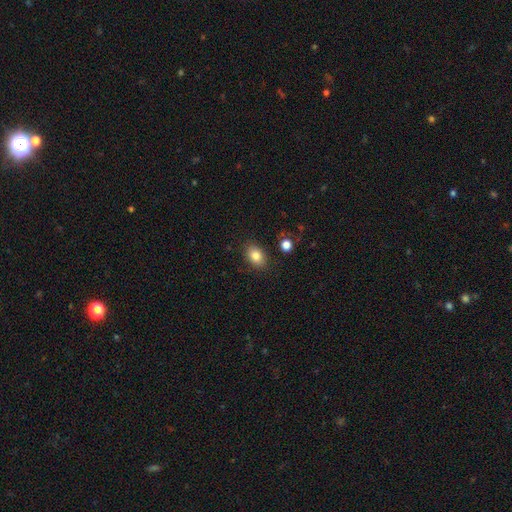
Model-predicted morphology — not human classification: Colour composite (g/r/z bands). It shows a smooth galaxy with no disk features (84%) that is in between round and cigar-shaped (77%). Merging: none (85%).